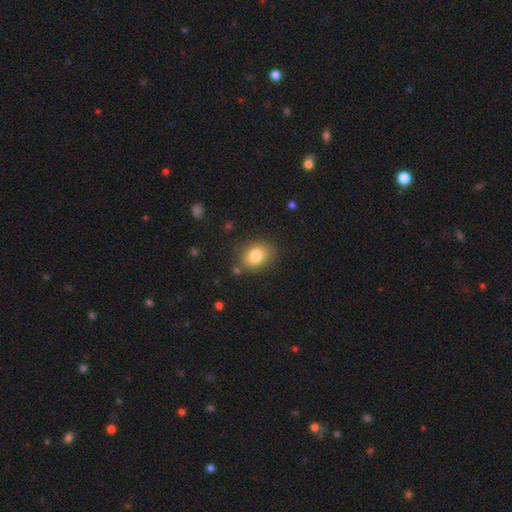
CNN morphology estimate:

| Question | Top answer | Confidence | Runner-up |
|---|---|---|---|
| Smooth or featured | smooth | 82% | featured or disk (10%) |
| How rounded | in between | 67% | round (32%) |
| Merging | none | 79% | minor disturbance (14%) |